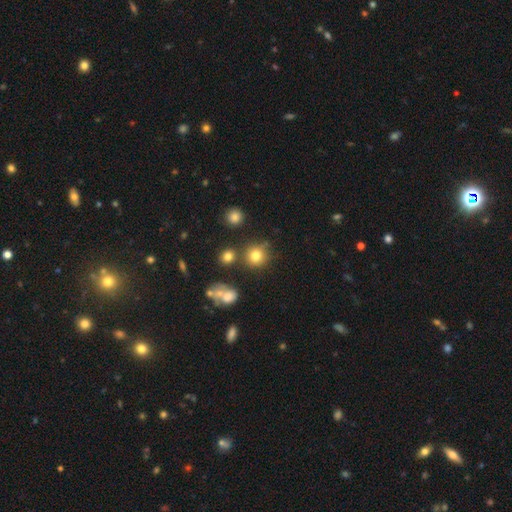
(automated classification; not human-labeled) smooth_or_featured: smooth (p=0.77) [alt: star or artifact p=0.14]
how_rounded: round (p=0.89) [alt: in between p=0.10]
merging: none (p=0.72) [alt: minor disturbance p=0.12]